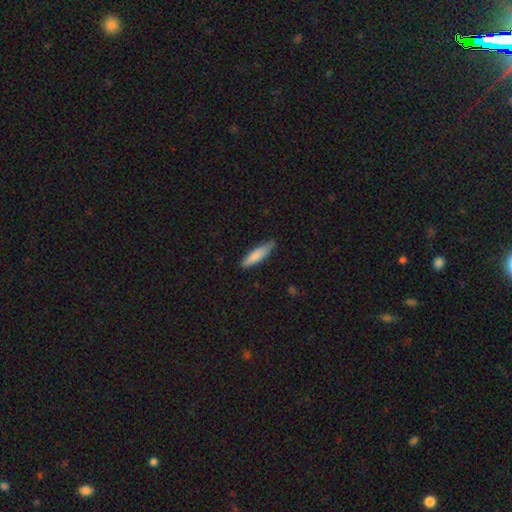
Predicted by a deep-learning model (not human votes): smooth 82%, featured or disk 12%, star or artifact 5%. Down the decision tree: how rounded — cigar-shaped (74%); merging — none (73%).